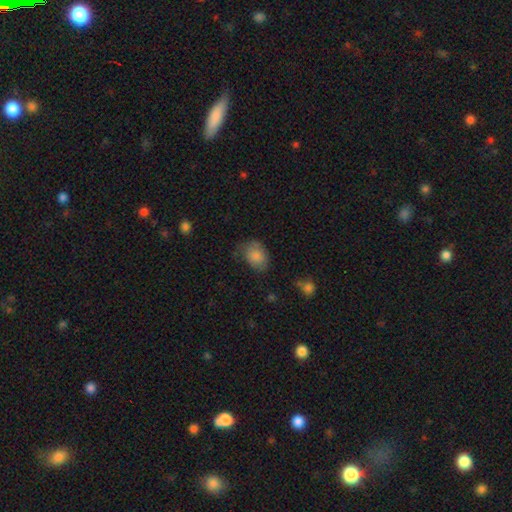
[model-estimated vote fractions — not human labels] Smooth or featured? smooth (79%)
How rounded? in between (72%)
Merging? none (55%)